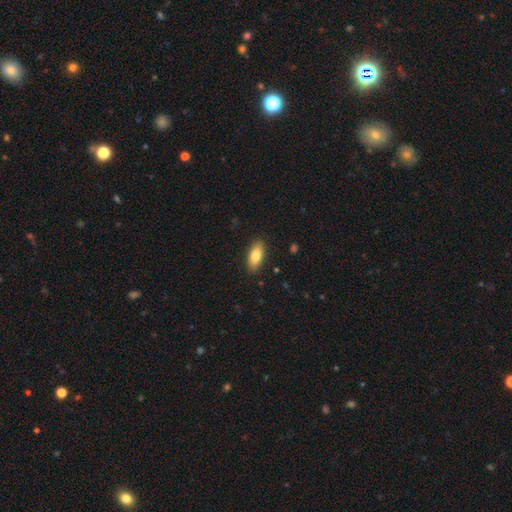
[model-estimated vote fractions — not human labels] smooth-or-featured: smooth: 83% | featured or disk: 10% | star or artifact: 7%
  how-rounded: in between: 86% | cigar-shaped: 12% | round: 3%
  merging: none: 88% | minor disturbance: 9% | major disturbance: 2% | merger: 1%